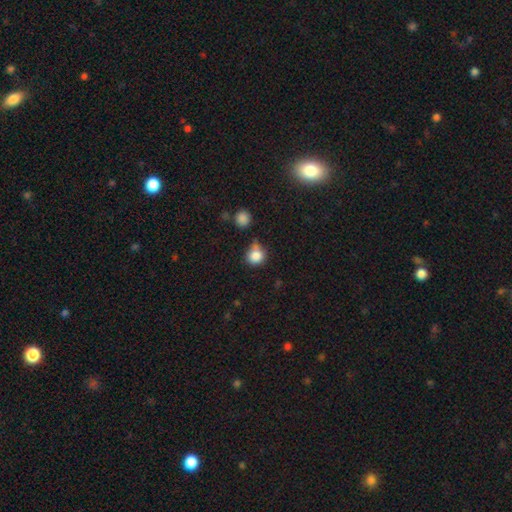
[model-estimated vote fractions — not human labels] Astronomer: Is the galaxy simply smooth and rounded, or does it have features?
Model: smooth — 83%.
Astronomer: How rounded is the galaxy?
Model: round — 85%.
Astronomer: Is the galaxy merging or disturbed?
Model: none — 57%.